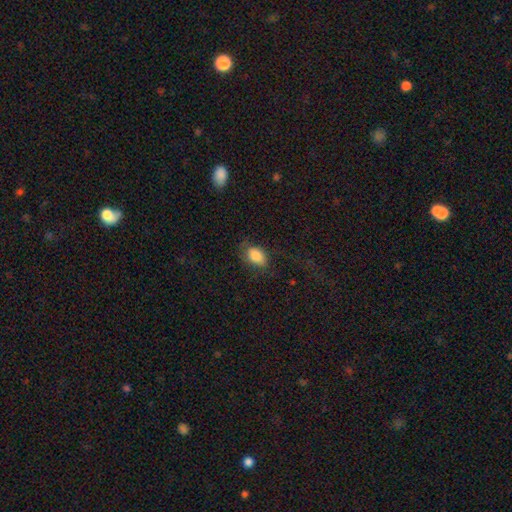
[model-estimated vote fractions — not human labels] smooth-or-featured: smooth: 84% | star or artifact: 8% | featured or disk: 8%
  how-rounded: in between: 85% | round: 13% | cigar-shaped: 2%
  merging: none: 66% | minor disturbance: 22% | major disturbance: 11% | merger: 2%